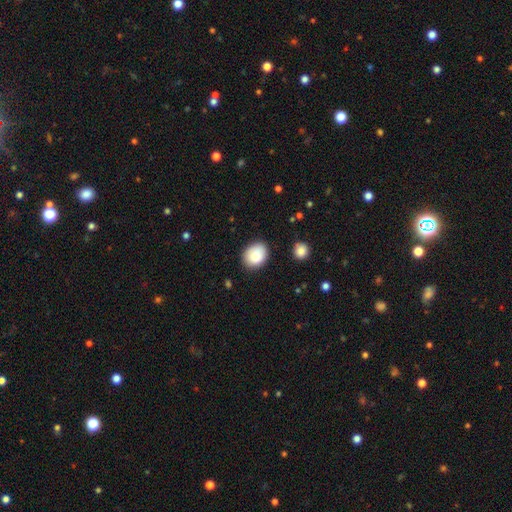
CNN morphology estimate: smooth 86%, star or artifact 8%, featured or disk 6%. Down the decision tree: how rounded — in between (55%); merging — none (82%).